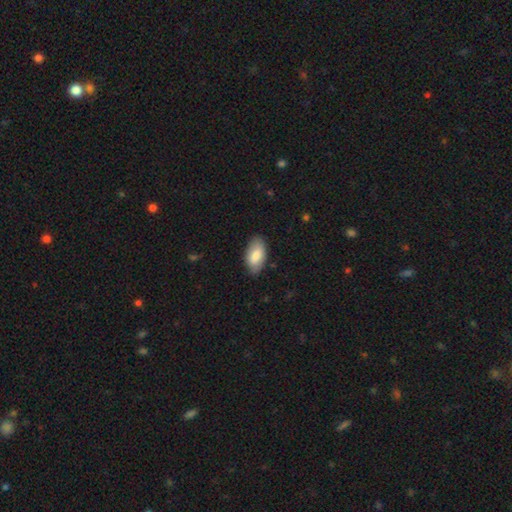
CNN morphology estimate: type=smooth (81%); roundness=in between (94%); merging=none (82%).